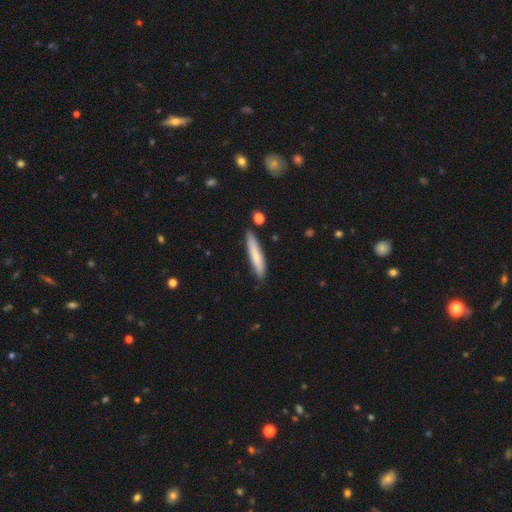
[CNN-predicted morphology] smooth 72%, featured or disk 22%, star or artifact 6%. Down the decision tree: how rounded — cigar-shaped (90%); merging — none (84%).